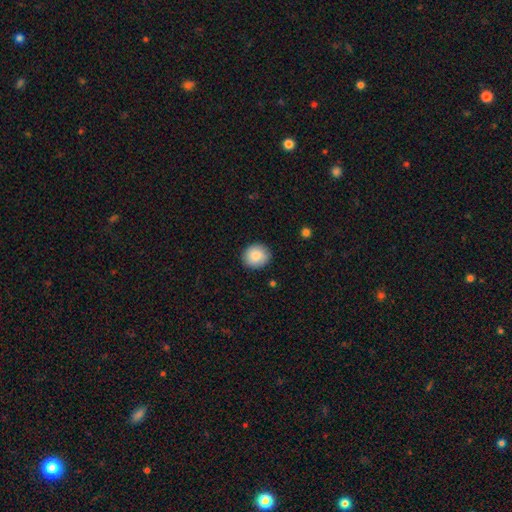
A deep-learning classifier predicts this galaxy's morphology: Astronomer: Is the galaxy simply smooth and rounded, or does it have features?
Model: smooth — 87%.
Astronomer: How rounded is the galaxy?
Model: round — 84%.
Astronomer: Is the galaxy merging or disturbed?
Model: none — 89%.